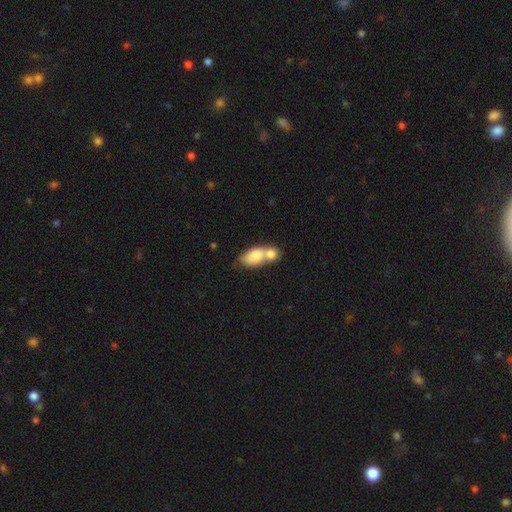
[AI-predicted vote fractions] A smooth galaxy with no disk features (77%) that is in between round and cigar-shaped (81%). Merging: merger (68%).